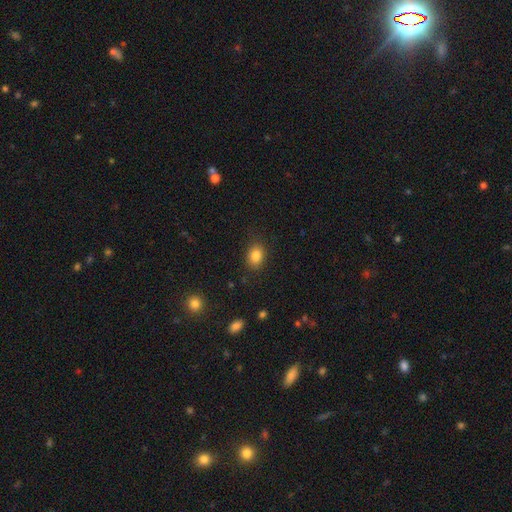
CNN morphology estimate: smooth 84%, star or artifact 10%, featured or disk 6%. Down the decision tree: how rounded — in between (62%); merging — none (84%).